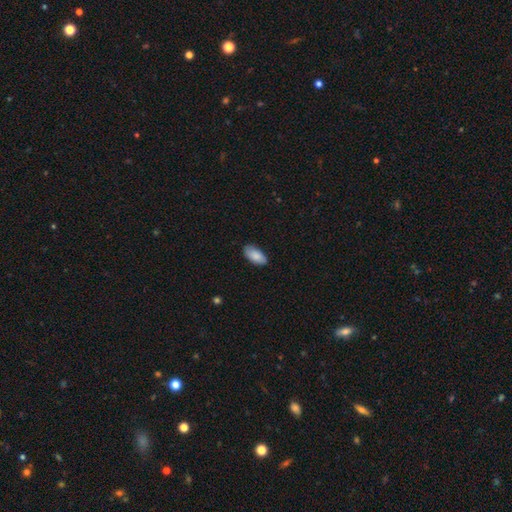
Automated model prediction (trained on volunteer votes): This appears to be a smooth galaxy with no disk features (87%) that is in between round and cigar-shaped (93%). Merging: none (84%).